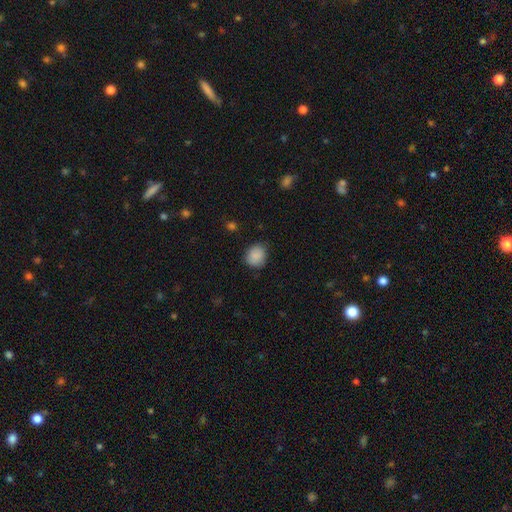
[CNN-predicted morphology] Smooth or featured: smooth — 88% (star or artifact — 8%)
How rounded: round — 75% (in between — 24%)
Merging: none — 79% (minor disturbance — 16%)